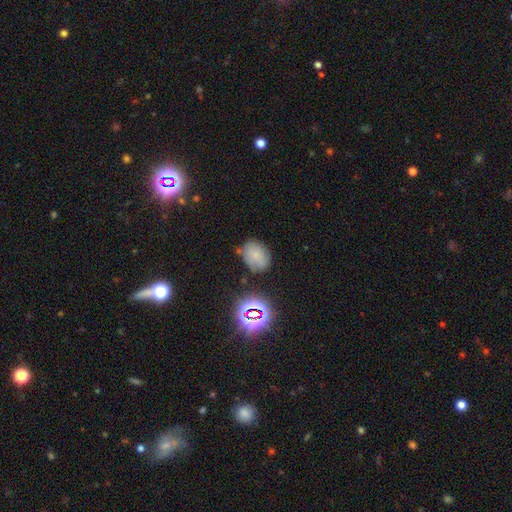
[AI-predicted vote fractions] Smooth or featured?
  - smooth: 66% *
  - star or artifact: 21%
  - featured or disk: 13%
How rounded?
  - in between: 64% *
  - round: 35%
  - cigar-shaped: 1%
Merging?
  - none: 69% *
  - minor disturbance: 20%
  - major disturbance: 6%
  - merger: 5%